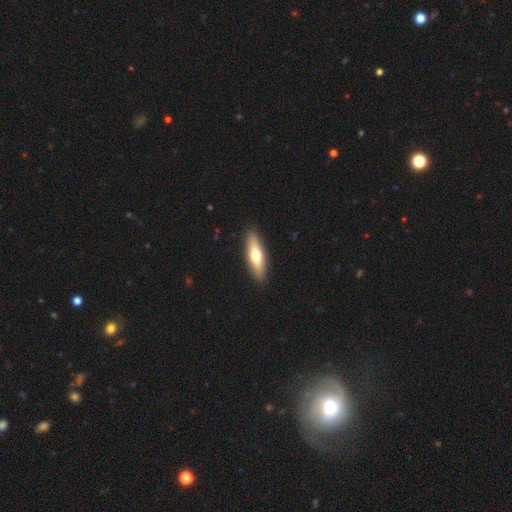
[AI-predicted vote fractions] Morphology: type=smooth (59%); roundness=cigar-shaped (59%); merging=none (90%).